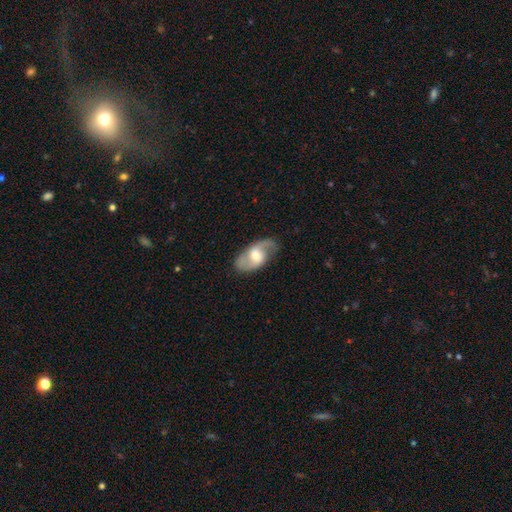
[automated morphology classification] A featured or disk galaxy (75%) with a weak bar (45%), 2 (87%) medium (43%, tied with loose) spiral arms (91%) and a moderate central bulge (60%).

Vote fractions:
- Smooth or featured? featured or disk: 75% / smooth: 20% / star or artifact: 5%
- Edge-on disk? no: 95% / yes: 5%
- Bar? weak: 45% / no: 43% / strong: 12%
- Spiral arms? yes: 91% / no: 9%
- Spiral winding? medium: 43% (tied) / loose: 43% (tied) / tight: 14%
- Spiral arm count? 2: 87% / can't tell: 5% / 1: 5% / 3: 1% / 4: 1% / more than 4: 1%
- Bulge size? moderate: 60% / small: 31% / large: 7% / none: 2% / dominant: 1%
- Merging? none: 77% / minor disturbance: 16% / major disturbance: 6% / merger: 1%